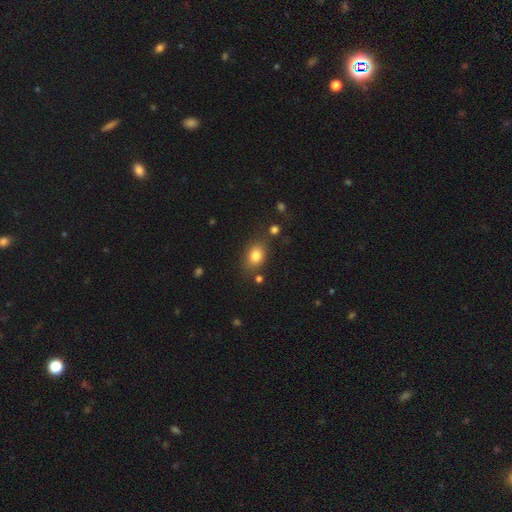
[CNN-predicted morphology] A smooth galaxy with no disk features (81%) that is in between round and cigar-shaped (68%). Merging: none (74%).